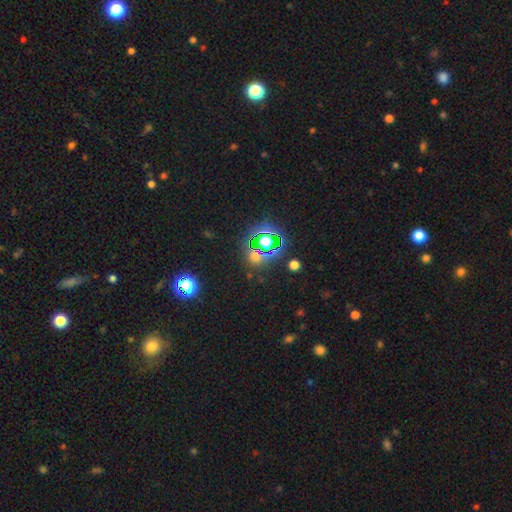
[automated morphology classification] type=star or artifact (62%).